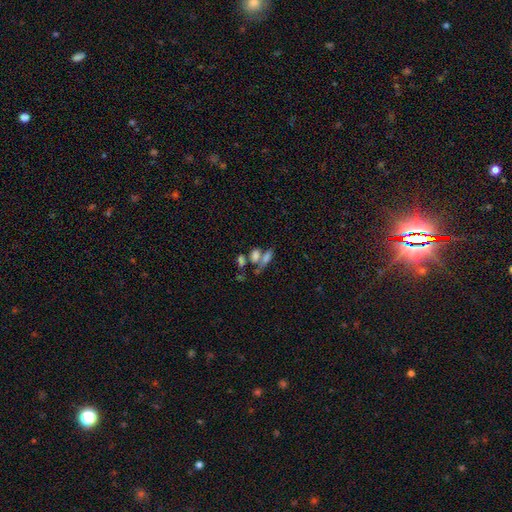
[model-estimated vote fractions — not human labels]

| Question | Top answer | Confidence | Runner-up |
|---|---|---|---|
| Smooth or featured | smooth | 67% | featured or disk (19%) |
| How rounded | in between | 78% | cigar-shaped (12%) |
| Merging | merger | 51% | none (31%) |